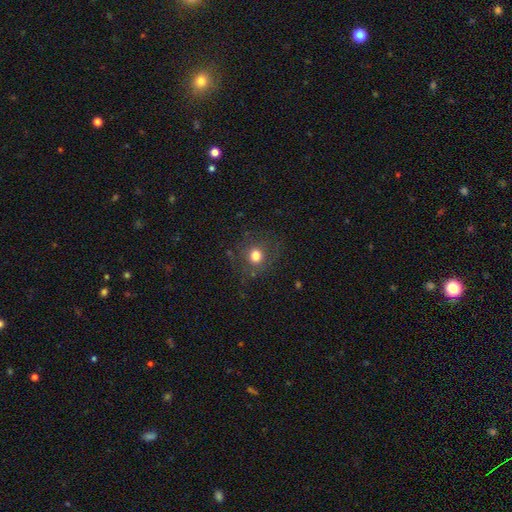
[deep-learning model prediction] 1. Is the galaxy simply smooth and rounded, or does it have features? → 73% smooth, 15% star or artifact, 12% featured or disk.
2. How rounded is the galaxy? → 87% round, 12% in between, 1% cigar-shaped.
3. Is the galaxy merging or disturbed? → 81% none, 11% minor disturbance, 6% major disturbance, 2% merger.